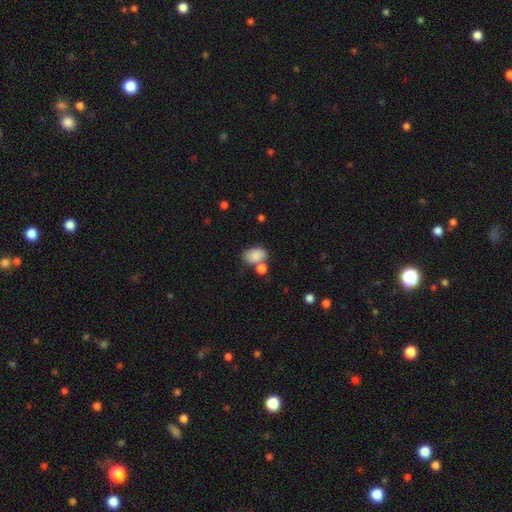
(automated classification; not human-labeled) A smooth galaxy with no disk features (84%) that is in between round and cigar-shaped (84%).

Vote fractions:
- Smooth or featured? smooth: 84% / star or artifact: 8% / featured or disk: 8%
- How rounded? in between: 84% / round: 15% / cigar-shaped: 1%
- Merging? none: 51% / merger: 26% / minor disturbance: 16% / major disturbance: 6%